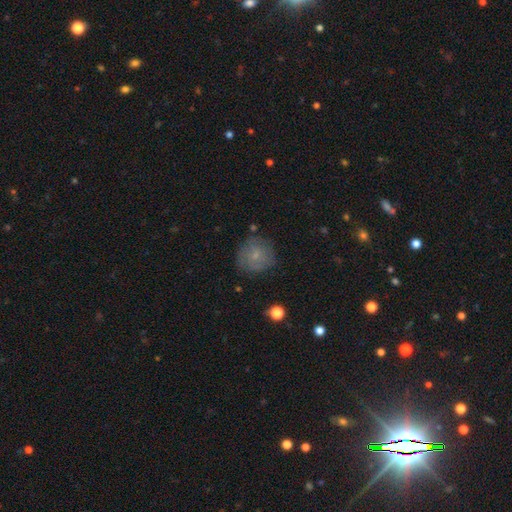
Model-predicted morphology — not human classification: The model was most divided on "smooth or featured": smooth: 67%, featured or disk: 23%, star or artifact: 9%. More confident: how rounded — round (90%); merging — none (74%).